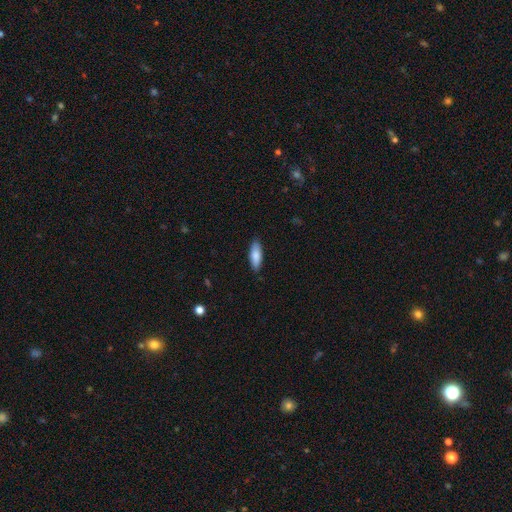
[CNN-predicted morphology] This appears to be a smooth galaxy with no disk features (85%) that is in between round and cigar-shaped (65%). Merging: none (87%).